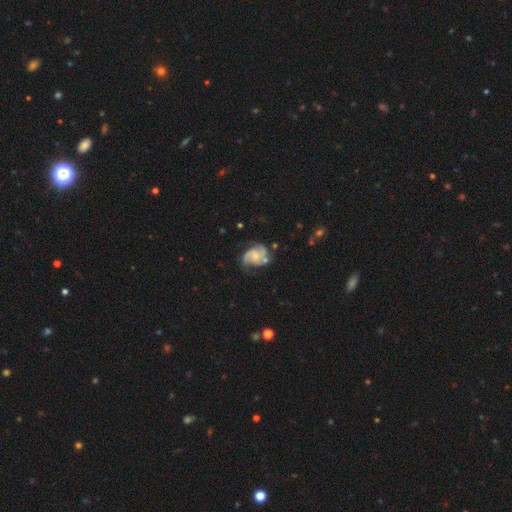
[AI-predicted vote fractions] smooth_or_featured: featured or disk (p=0.80) [alt: smooth p=0.14]
disk_edge_on: no (p=0.98) [alt: yes p=0.02]
bar: no (p=0.64) [alt: weak p=0.31]
has_spiral_arms: yes (p=0.95) [alt: no p=0.05]
spiral_winding: medium (p=0.50) [alt: tight p=0.28]
spiral_arm_count: 2 (p=0.54) [alt: 3 p=0.27]
bulge_size: small (p=0.49) [alt: moderate p=0.35]
merging: none (p=0.57) [alt: minor disturbance p=0.24]